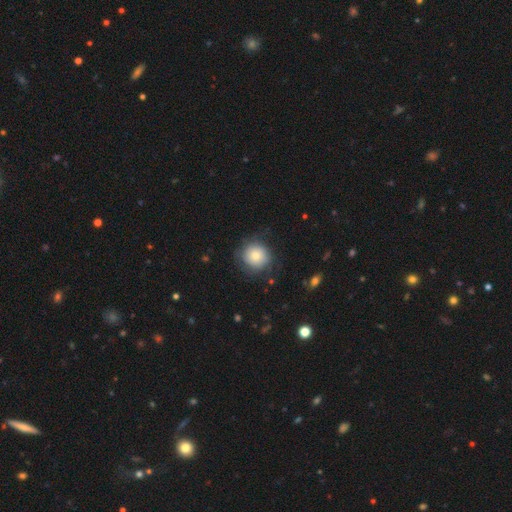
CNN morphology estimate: A smooth galaxy with no disk features (75%) that is round (91%).

Vote fractions:
- Smooth or featured? smooth: 75% / featured or disk: 16% / star or artifact: 8%
- How rounded? round: 91% / in between: 8% / cigar-shaped: 1%
- Merging? none: 75% / minor disturbance: 16% / major disturbance: 7% / merger: 1%